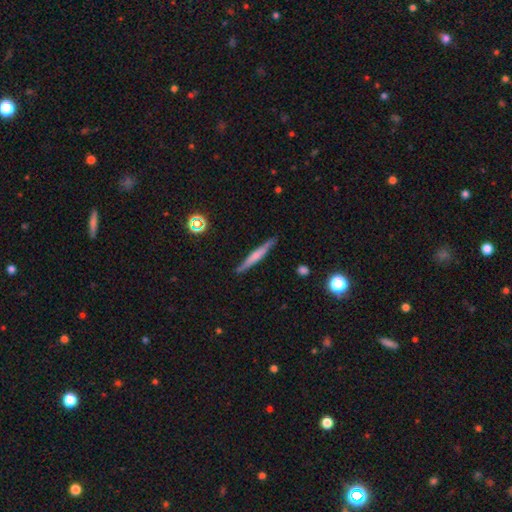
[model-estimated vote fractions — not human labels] Smooth or featured: featured or disk — 47% (smooth — 46%)
Merging: none — 87% (minor disturbance — 10%)